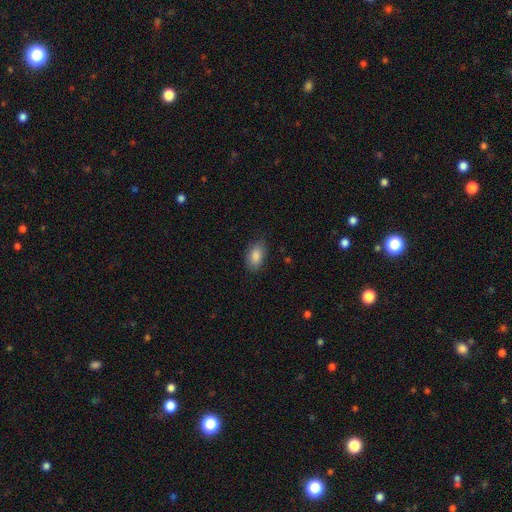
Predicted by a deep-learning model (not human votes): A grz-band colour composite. It shows a smooth galaxy with no disk features (87%) that is in between round and cigar-shaped (92%). Merging: none (81%).